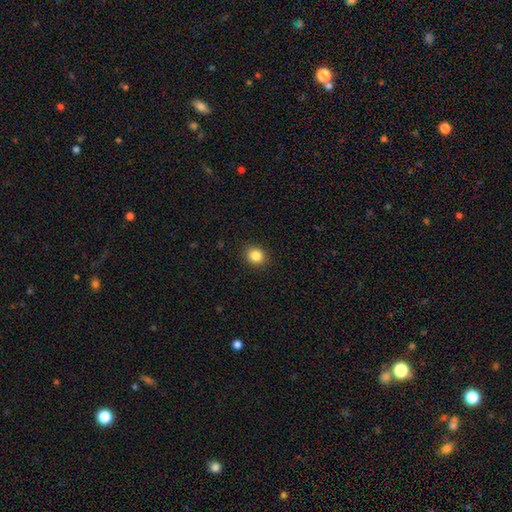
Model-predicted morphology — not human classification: This appears to be a smooth galaxy with no disk features (85%) that is round (74%). Merging: none (90%).